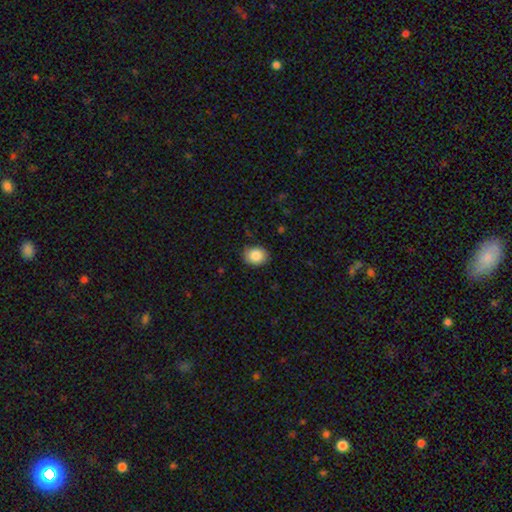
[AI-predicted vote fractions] smooth-or-featured: smooth: 86% | star or artifact: 8% | featured or disk: 6%
  how-rounded: round: 53% | in between: 47% | cigar-shaped: 1%
  merging: none: 86% | minor disturbance: 11% | major disturbance: 2% | merger: 1%